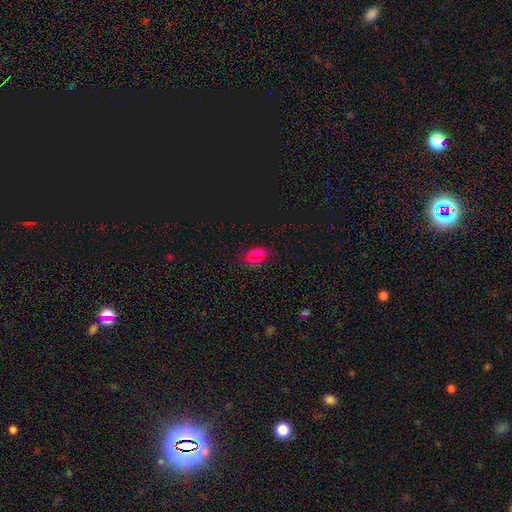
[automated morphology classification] smooth_or_featured: smooth (p=0.57) [alt: star or artifact p=0.34]
how_rounded: in between (p=0.85) [alt: round p=0.10]
merging: none (p=0.83) [alt: minor disturbance p=0.12]